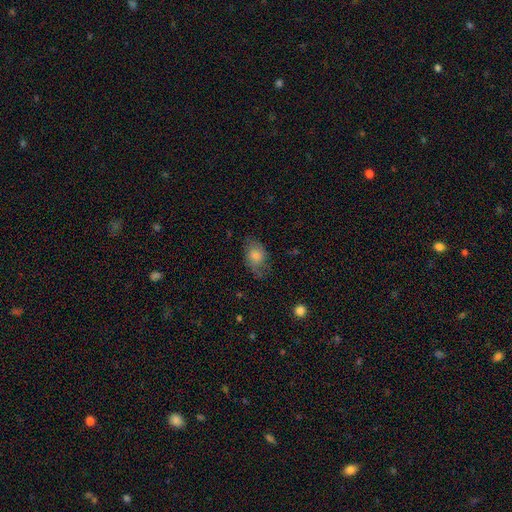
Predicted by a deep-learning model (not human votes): Morphology: type=smooth (72%); roundness=in between (81%); merging=none (61%).